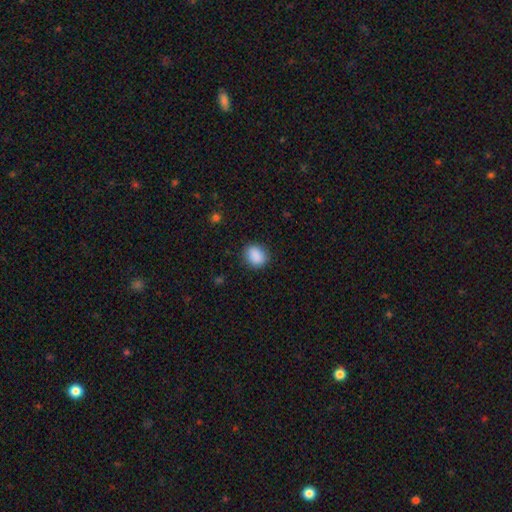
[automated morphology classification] A smooth galaxy with no disk features (89%) that is round (56%).

Vote fractions:
- Smooth or featured? smooth: 89% / star or artifact: 8% / featured or disk: 3%
- How rounded? round: 56% / in between: 43% / cigar-shaped: 1%
- Merging? none: 86% / minor disturbance: 10% / major disturbance: 3% / merger: 1%